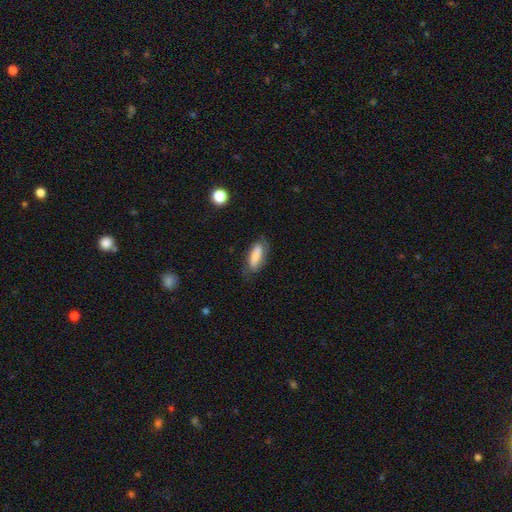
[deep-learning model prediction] A smooth galaxy with no disk features (63%) that is in between round and cigar-shaped (71%).

Vote fractions:
- Smooth or featured? smooth: 63% / featured or disk: 30% / star or artifact: 8%
- How rounded? in between: 71% / cigar-shaped: 26% / round: 3%
- Merging? none: 66% / minor disturbance: 24% / major disturbance: 9% / merger: 2%